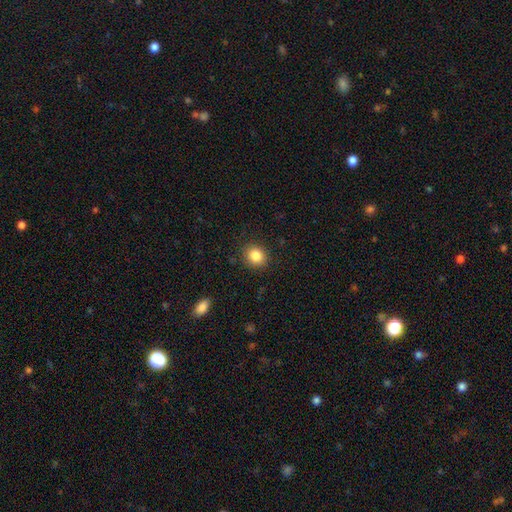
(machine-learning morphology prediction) This appears to be a smooth galaxy with no disk features (85%) that is round (75%). Merging: none (88%).